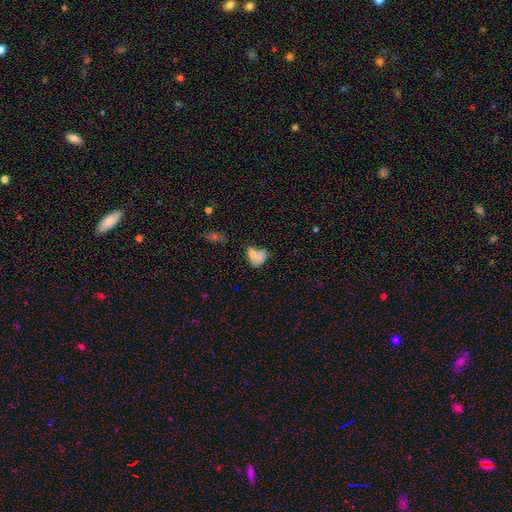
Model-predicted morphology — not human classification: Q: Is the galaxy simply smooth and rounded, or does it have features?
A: smooth — 63%.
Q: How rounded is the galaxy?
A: in between — 69%.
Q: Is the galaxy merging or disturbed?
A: merger — 38%.